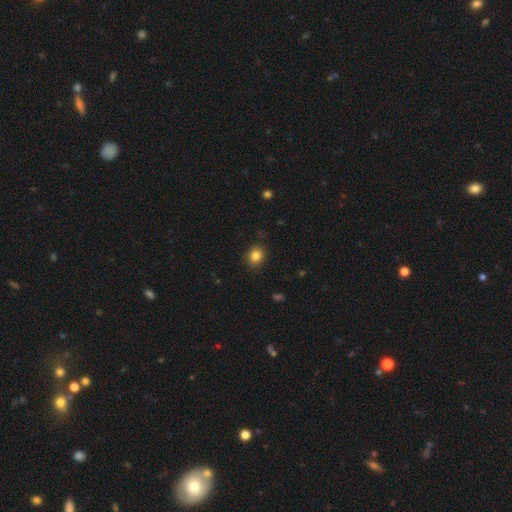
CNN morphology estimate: smooth-or-featured: smooth: 84% | star or artifact: 11% | featured or disk: 5%
  how-rounded: round: 70% | in between: 30% | cigar-shaped: 1%
  merging: none: 87% | minor disturbance: 10% | major disturbance: 2% | merger: 1%